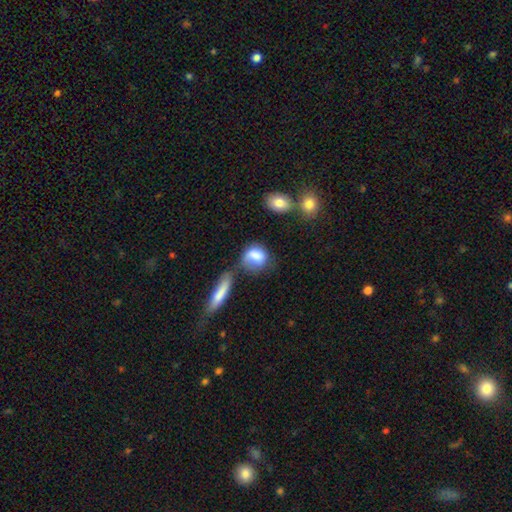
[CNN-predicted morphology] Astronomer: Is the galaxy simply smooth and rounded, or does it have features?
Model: smooth — 76%.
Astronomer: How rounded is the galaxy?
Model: in between — 50% (runner-up: round, 46%).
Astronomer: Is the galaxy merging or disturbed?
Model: none — 37% (runner-up: minor disturbance, 24%).